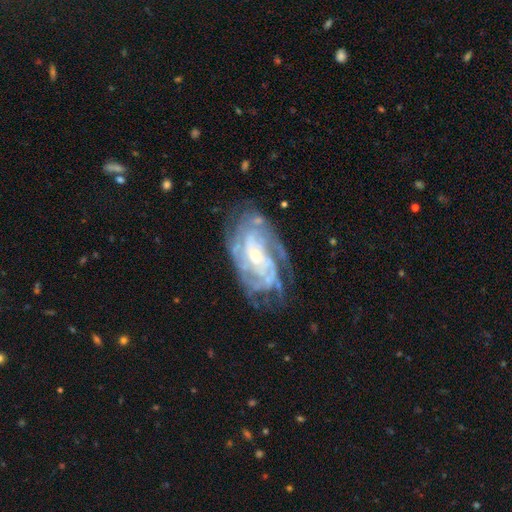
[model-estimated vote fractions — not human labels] This is clearly a featured or disk galaxy (87%). It is clearly not viewed edge-on (95%). Bar: possibly no (58%). Spiral arm pattern: clearly yes (94%). Spiral arm count: marginally can't tell (37%). Spiral winding: likely tight (66%). Central bulge: possibly small (59%). Merging: likely none (67%).